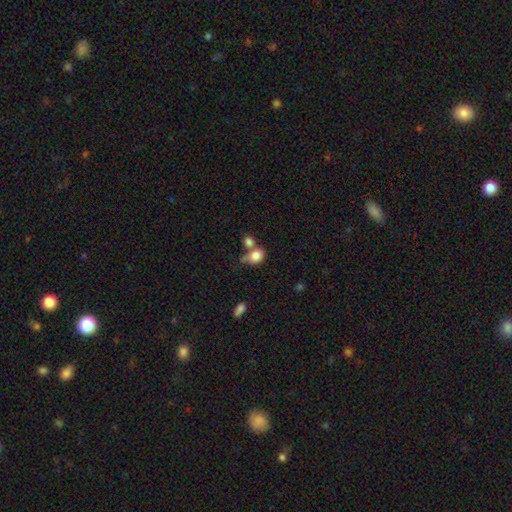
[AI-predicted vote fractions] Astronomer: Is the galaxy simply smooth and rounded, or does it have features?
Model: smooth — 83%.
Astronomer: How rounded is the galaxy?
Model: in between — 57% (runner-up: round, 41%).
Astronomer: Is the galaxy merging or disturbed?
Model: merger — 43% (runner-up: none, 34%).